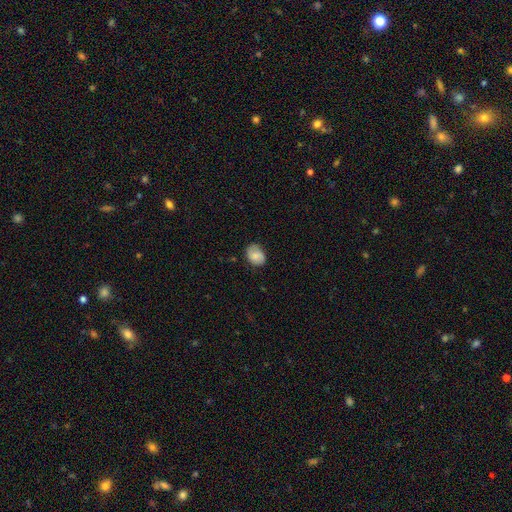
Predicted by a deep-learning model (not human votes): This appears to be a smooth galaxy with no disk features (67%) that is in between round and cigar-shaped (60%). Merging: none (73%).